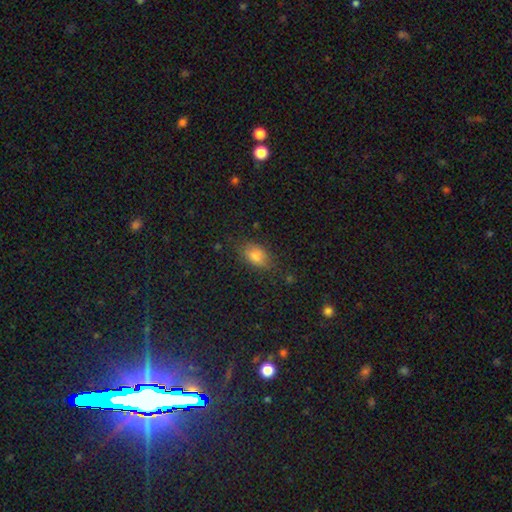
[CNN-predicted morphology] The model was most divided on "merging": none: 77%, minor disturbance: 17%, major disturbance: 4%, merger: 2%. More confident: how rounded — in between (83%); smooth or featured — smooth (78%).